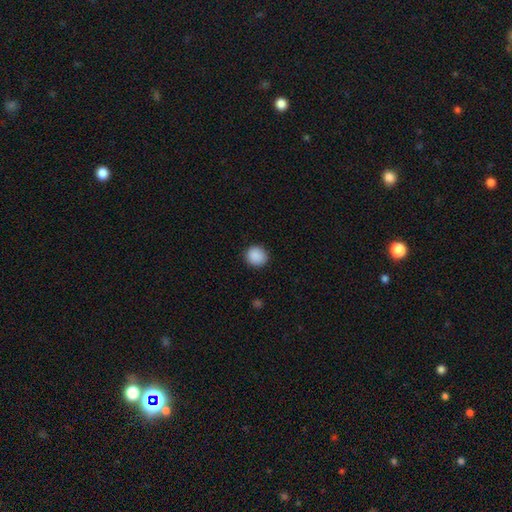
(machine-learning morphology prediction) The model was most divided on "how rounded": round: 88%, in between: 11%, cigar-shaped: 1%. More confident: merging — none (90%); smooth or featured — smooth (90%).